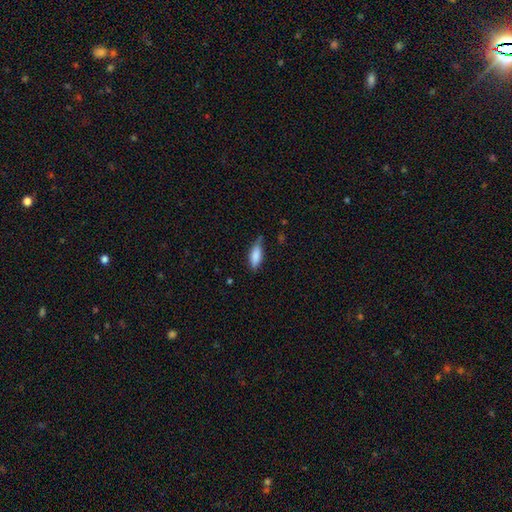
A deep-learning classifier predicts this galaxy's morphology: Smooth or featured? smooth (82%)
How rounded? in between (68%)
Merging? none (65%)